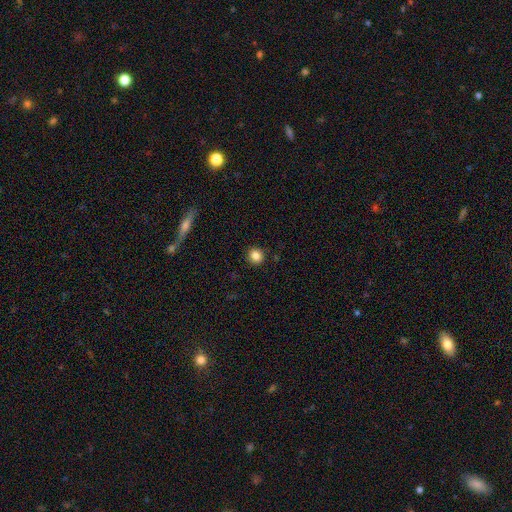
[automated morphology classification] Smooth or featured? smooth (85%)
How rounded? round (90%)
Merging? none (91%)